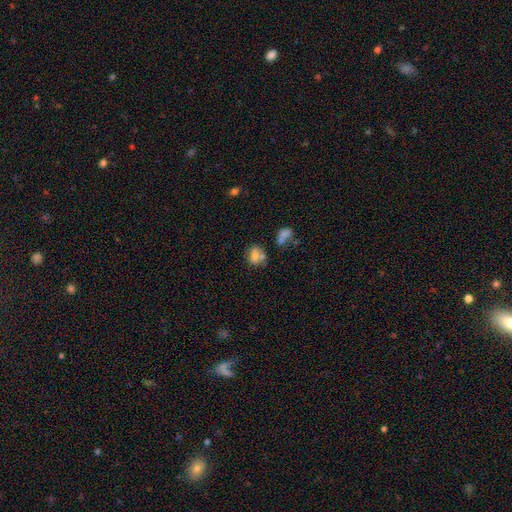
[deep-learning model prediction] Q: Smooth or featured?
A: smooth (65%); runner-up: featured or disk (20%)
Q: How rounded?
A: in between (55%); runner-up: round (43%)
Q: Merging?
A: none (48%); runner-up: merger (26%)